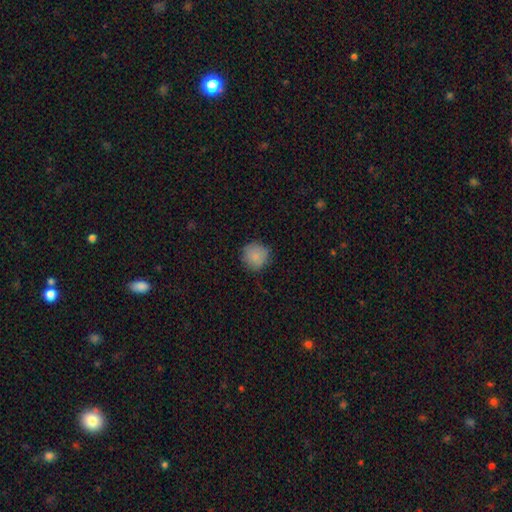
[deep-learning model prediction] The model was most divided on "merging": none: 82%, minor disturbance: 14%, major disturbance: 3%, merger: 1%. More confident: how rounded — round (93%); smooth or featured — smooth (85%).